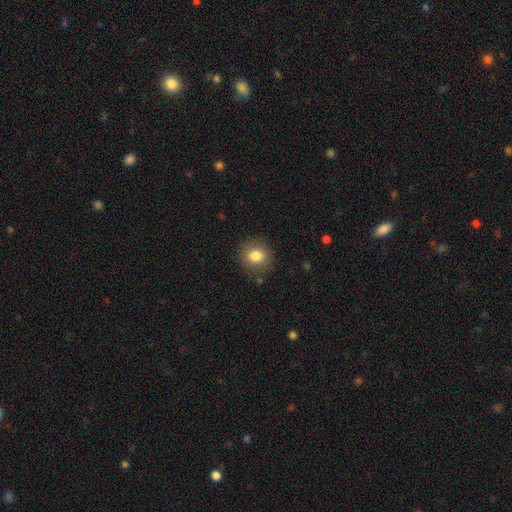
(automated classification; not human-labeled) Smooth or featured? Predicted: smooth (p=0.81). How rounded? Predicted: round (p=0.77). Merging? Predicted: none (p=0.85).